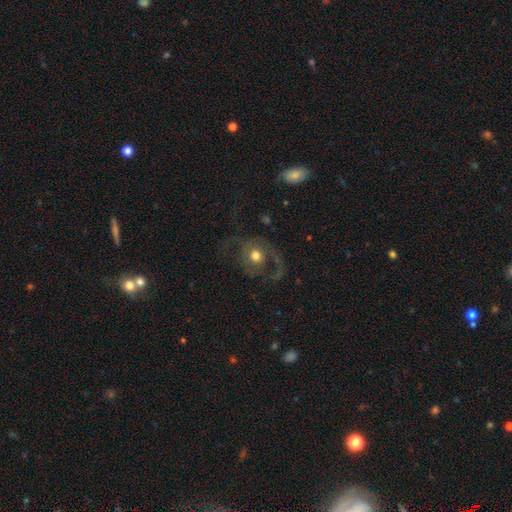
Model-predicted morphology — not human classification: The model was most divided on "merging": none: 46%, major disturbance: 35%, minor disturbance: 17%, merger: 2%. More confident: edge-on disk — no (96%); bar — no (83%); bulge size — moderate (70%); spiral arms — yes (57%); smooth or featured — featured or disk (55%).